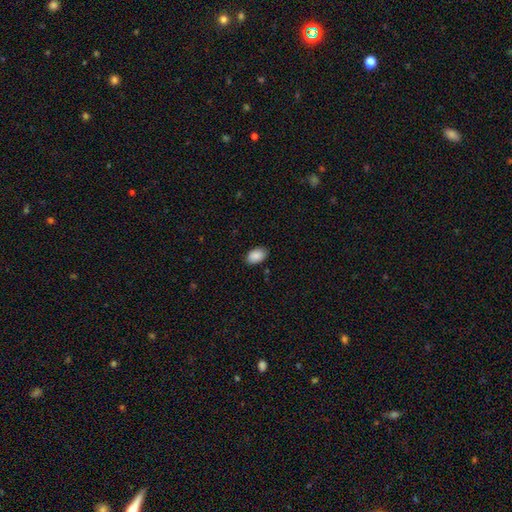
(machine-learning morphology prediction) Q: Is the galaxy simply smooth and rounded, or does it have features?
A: smooth — 90%.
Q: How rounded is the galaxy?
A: in between — 90%.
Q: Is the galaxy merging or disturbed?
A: none — 87%.